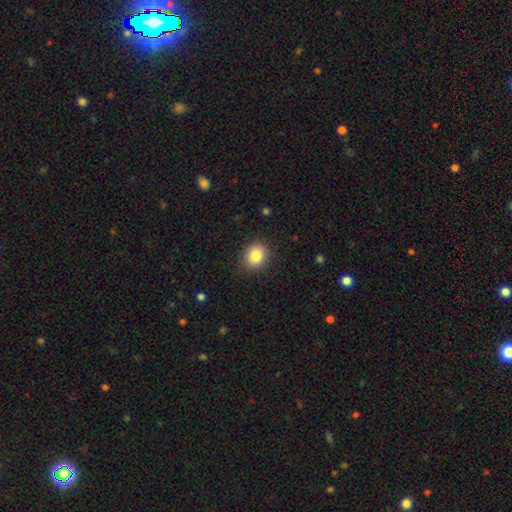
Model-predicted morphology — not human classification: smooth_or_featured: smooth (p=0.84) [alt: star or artifact p=0.09]
how_rounded: round (p=0.69) [alt: in between p=0.30]
merging: none (p=0.89) [alt: minor disturbance p=0.08]